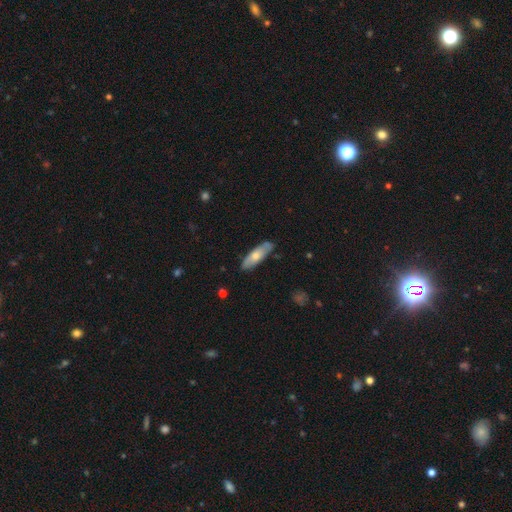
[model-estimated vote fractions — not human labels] Smooth or featured?
  - smooth: 61% *
  - featured or disk: 34%
  - star or artifact: 5%
How rounded?
  - in between: 49% * (tied)
  - cigar-shaped: 49% * (tied)
  - round: 2%
Merging?
  - none: 82% *
  - minor disturbance: 14%
  - major disturbance: 2%
  - merger: 2%